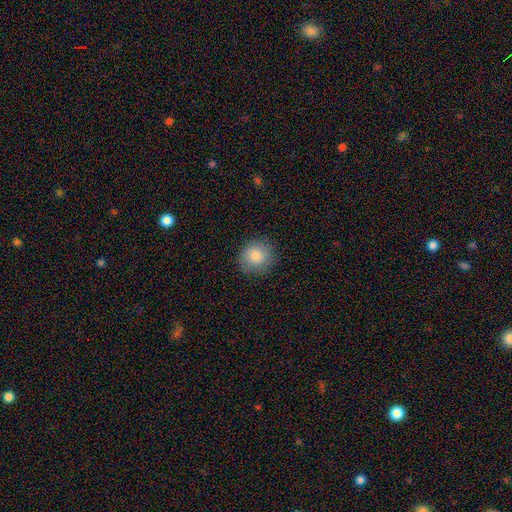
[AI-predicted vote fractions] smooth 83%, star or artifact 9%, featured or disk 8%. Down the decision tree: how rounded — round (90%); merging — none (86%).